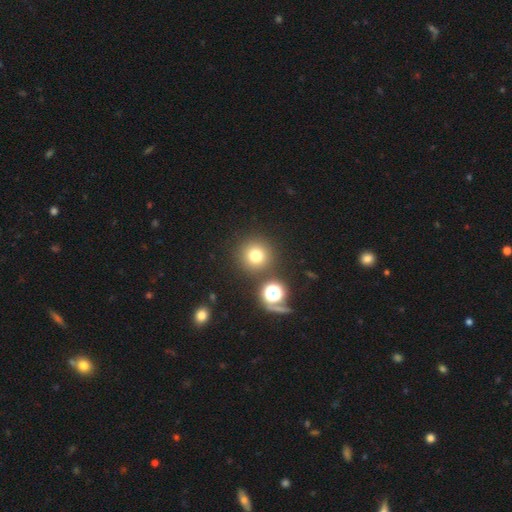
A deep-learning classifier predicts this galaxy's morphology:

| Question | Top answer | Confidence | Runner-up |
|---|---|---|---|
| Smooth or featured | smooth | 73% | star or artifact (18%) |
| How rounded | round | 94% | in between (5%) |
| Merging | none | 84% | minor disturbance (7%) |